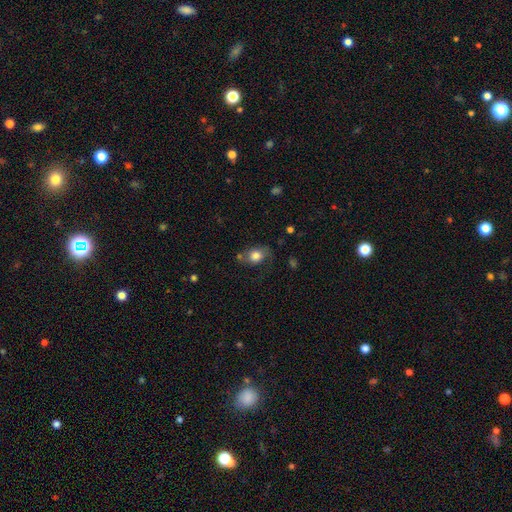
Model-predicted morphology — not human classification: smooth-or-featured: smooth: 76% | featured or disk: 15% | star or artifact: 9%
  how-rounded: in between: 61% | round: 38% | cigar-shaped: 2%
  merging: none: 58% | minor disturbance: 25% | major disturbance: 11% | merger: 7%